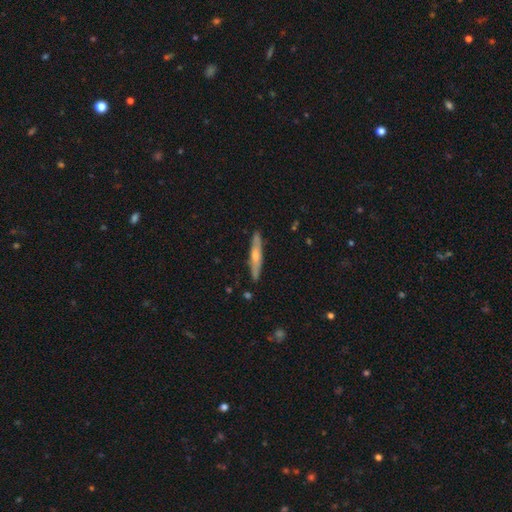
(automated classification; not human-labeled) Smooth or featured?
  - featured or disk: 48% *
  - smooth: 47%
  - star or artifact: 6%
Merging?
  - none: 88% *
  - minor disturbance: 9%
  - major disturbance: 2%
  - merger: 1%